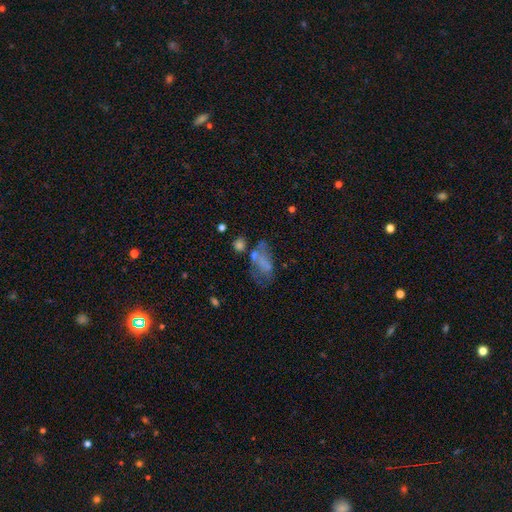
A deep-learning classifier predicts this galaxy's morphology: Smooth or featured? smooth (44%)
Merging? none (31%)